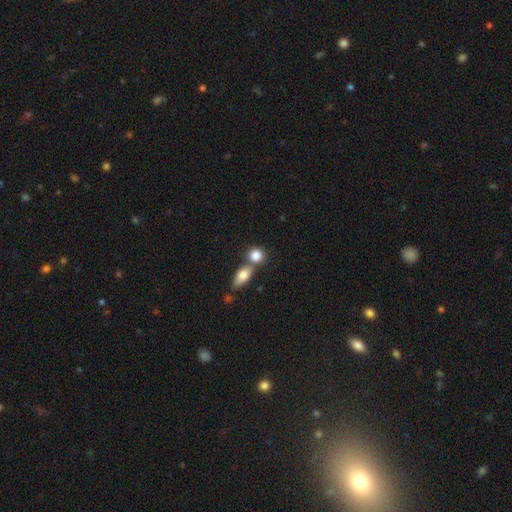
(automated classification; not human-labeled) Q: Smooth or featured?
A: smooth (83%); runner-up: featured or disk (9%)
Q: How rounded?
A: round (62%); runner-up: in between (35%)
Q: Merging?
A: merger (45%); runner-up: none (43%)